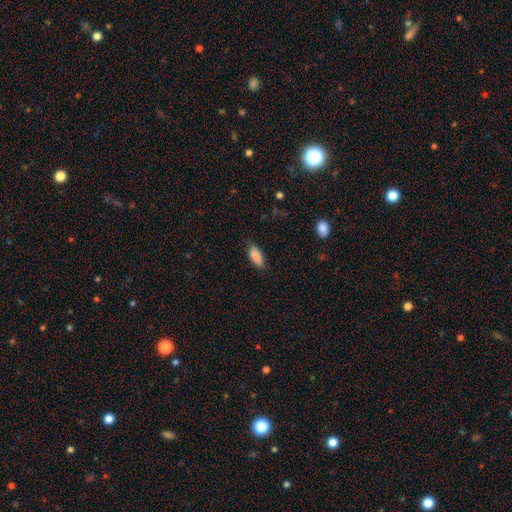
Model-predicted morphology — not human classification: smooth-or-featured: smooth: 89% | star or artifact: 7% | featured or disk: 4%
  how-rounded: in between: 86% | cigar-shaped: 11% | round: 2%
  merging: none: 79% | minor disturbance: 16% | major disturbance: 3% | merger: 1%